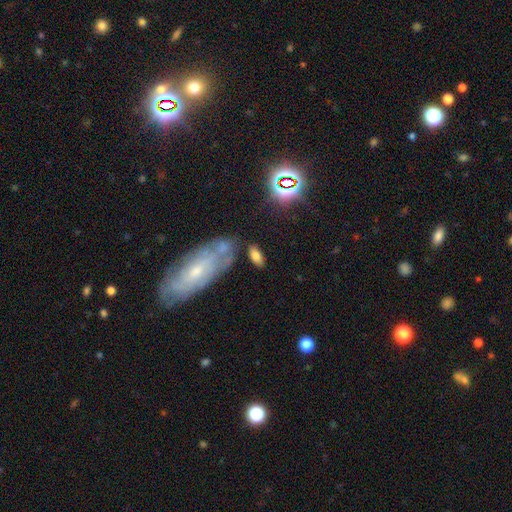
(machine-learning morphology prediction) The model was most divided on "merging": none: 68%, minor disturbance: 15%, merger: 10%, major disturbance: 6%. More confident: how rounded — in between (87%); smooth or featured — smooth (76%).